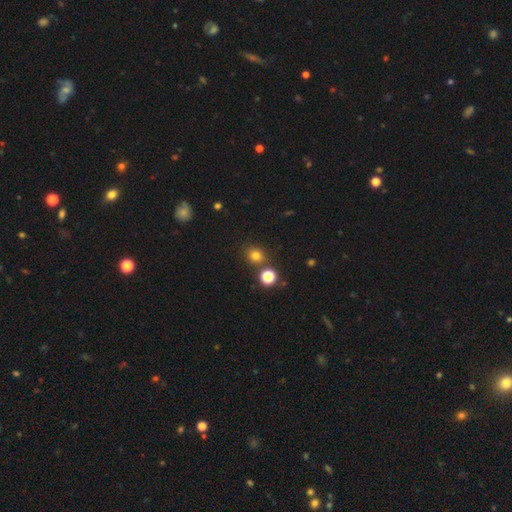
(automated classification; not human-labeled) Q: Smooth or featured?
A: smooth (77%); runner-up: star or artifact (18%)
Q: How rounded?
A: round (82%); runner-up: in between (18%)
Q: Merging?
A: none (79%); runner-up: merger (10%)